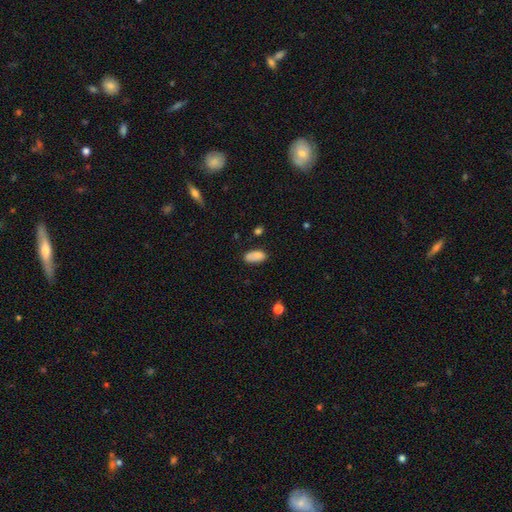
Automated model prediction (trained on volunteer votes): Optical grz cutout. It shows a smooth galaxy with no disk features (82%) that is in between round and cigar-shaped (92%). Merging: none (68%).